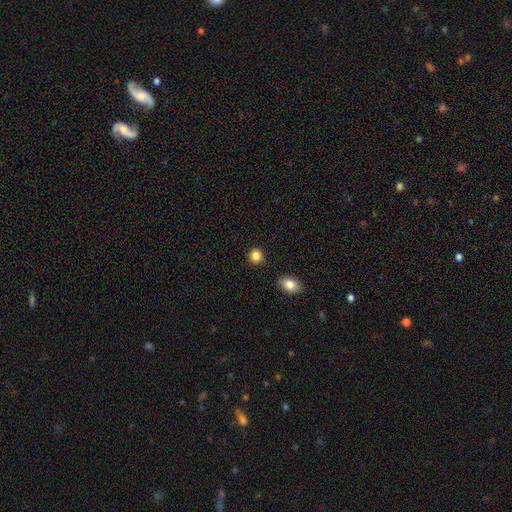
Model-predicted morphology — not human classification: Smooth or featured: smooth — 85% (star or artifact — 11%)
How rounded: round — 85% (in between — 14%)
Merging: none — 89% (minor disturbance — 7%)